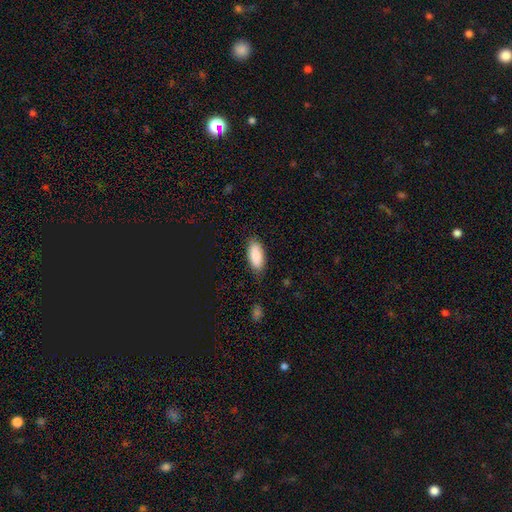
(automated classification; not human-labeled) smooth_or_featured: smooth (p=0.88) [alt: featured or disk p=0.06]
how_rounded: in between (p=0.86) [alt: cigar-shaped p=0.12]
merging: none (p=0.79) [alt: minor disturbance p=0.16]